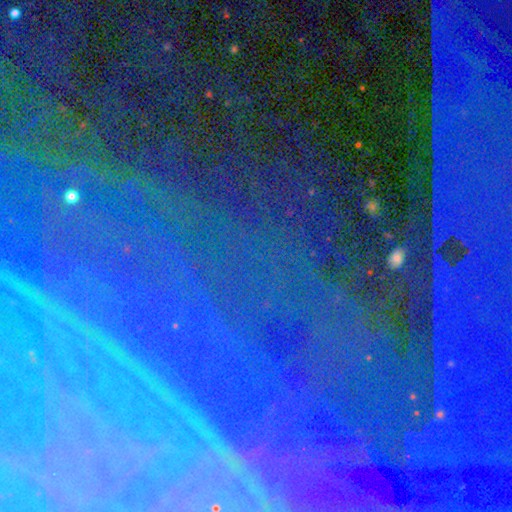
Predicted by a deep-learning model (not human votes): A star or artifact, not a galaxy (78%).